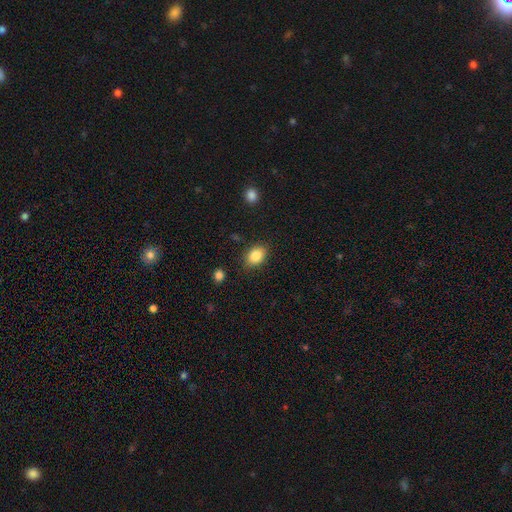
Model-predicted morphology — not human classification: This is clearly a smooth galaxy (85%). How rounded: likely in between (77%). Merging: clearly none (84%).